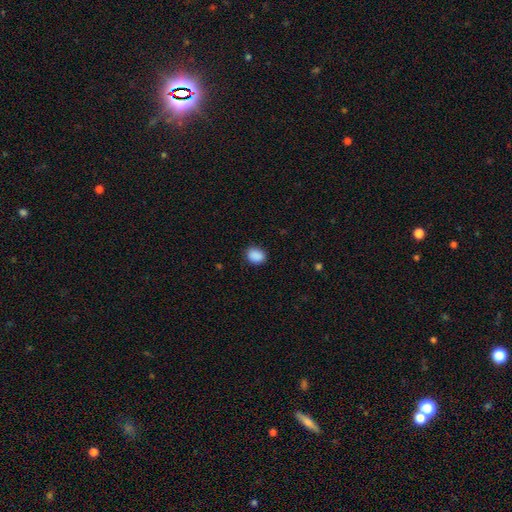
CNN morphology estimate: Q: Smooth or featured?
A: smooth (89%); runner-up: star or artifact (8%)
Q: How rounded?
A: in between (60%); runner-up: round (39%)
Q: Merging?
A: none (86%); runner-up: minor disturbance (10%)